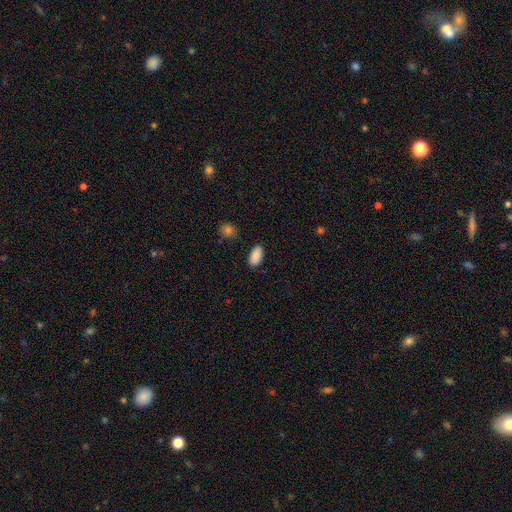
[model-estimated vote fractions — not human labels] A smooth galaxy with no disk features (89%) that is in between round and cigar-shaped (94%).

Vote fractions:
- Smooth or featured? smooth: 89% / star or artifact: 7% / featured or disk: 4%
- How rounded? in between: 94% / cigar-shaped: 3% / round: 3%
- Merging? none: 87% / minor disturbance: 9% / major disturbance: 2% / merger: 2%